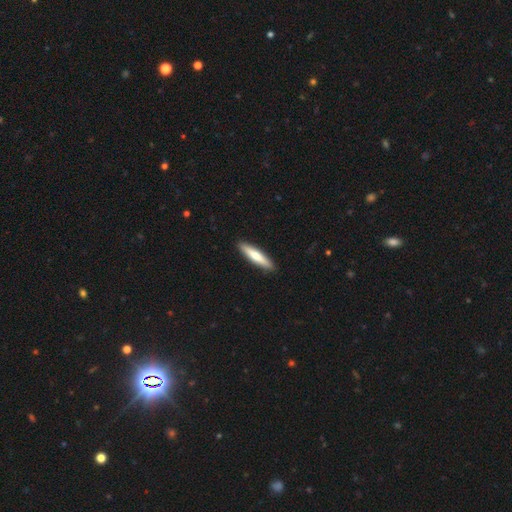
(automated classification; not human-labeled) Q: Smooth or featured?
A: smooth (63%); runner-up: featured or disk (33%)
Q: How rounded?
A: cigar-shaped (85%); runner-up: in between (13%)
Q: Merging?
A: none (91%); runner-up: minor disturbance (6%)